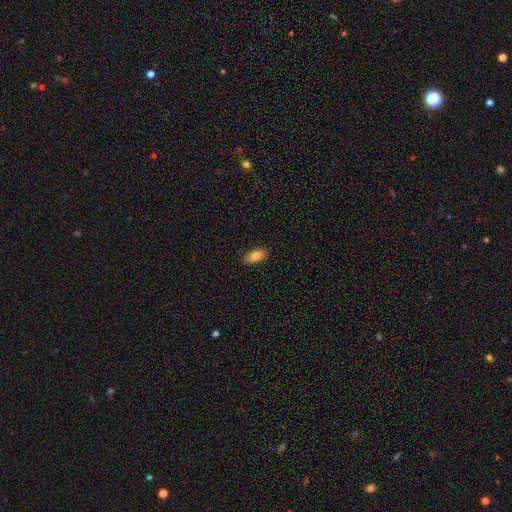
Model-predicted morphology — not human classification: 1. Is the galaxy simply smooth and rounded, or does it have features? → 85% smooth, 7% featured or disk, 7% star or artifact.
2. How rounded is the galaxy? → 89% in between, 8% cigar-shaped, 3% round.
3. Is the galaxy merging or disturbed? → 86% none, 11% minor disturbance, 2% major disturbance, 1% merger.